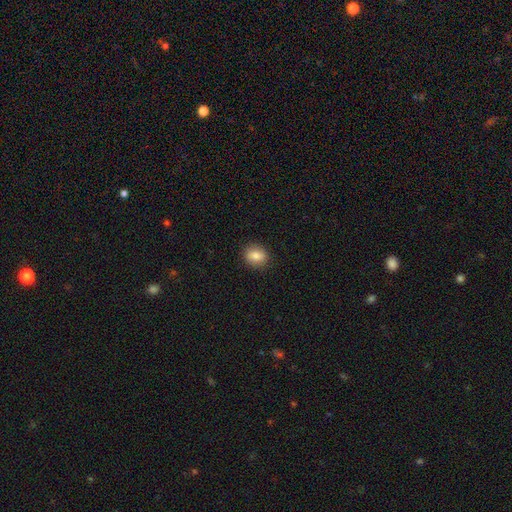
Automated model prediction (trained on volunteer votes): This appears to be a smooth galaxy with no disk features (82%) that is round (54%). Merging: none (89%).